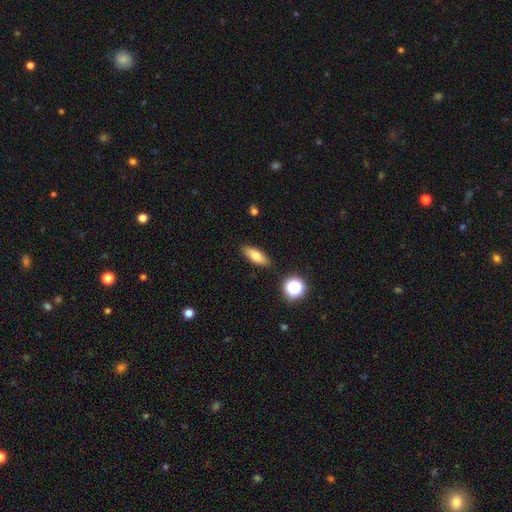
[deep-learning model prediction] Overall: smooth (75%). How rounded: in between (69%). Merging: none (87%).